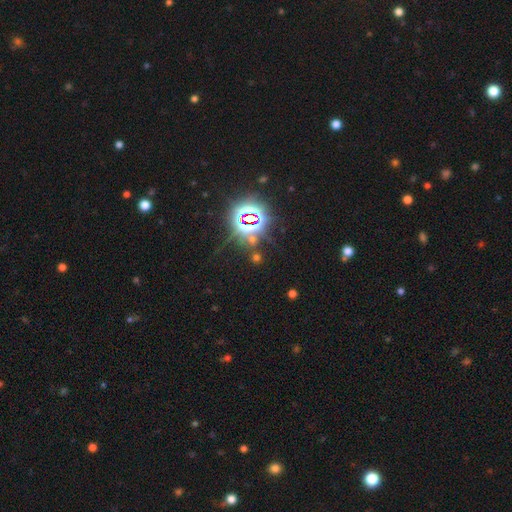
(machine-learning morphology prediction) Q: Smooth or featured?
A: star or artifact (80%); runner-up: smooth (12%)